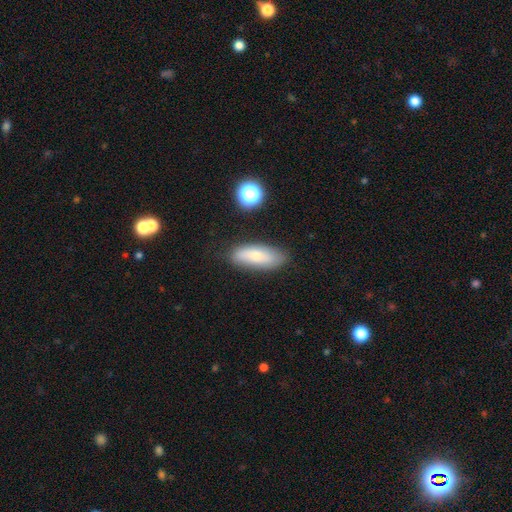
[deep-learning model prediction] This is likely a smooth galaxy (68%). How rounded: likely in between (72%). Merging: likely none (78%).